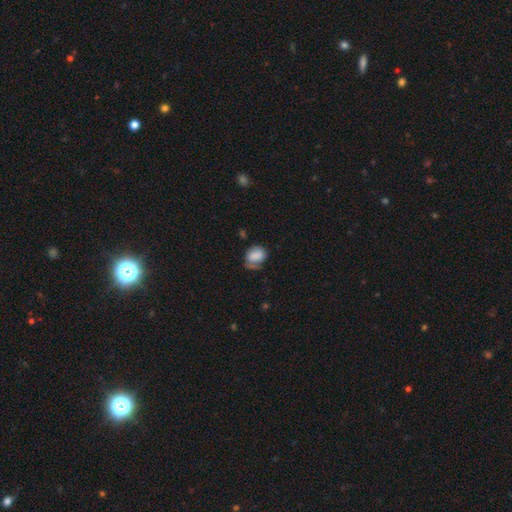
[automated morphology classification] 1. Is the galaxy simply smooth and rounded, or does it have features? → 74% smooth, 17% featured or disk, 9% star or artifact.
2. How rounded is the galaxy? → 56% in between, 43% round, 1% cigar-shaped.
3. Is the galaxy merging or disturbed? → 44% none, 32% minor disturbance, 20% major disturbance, 4% merger.